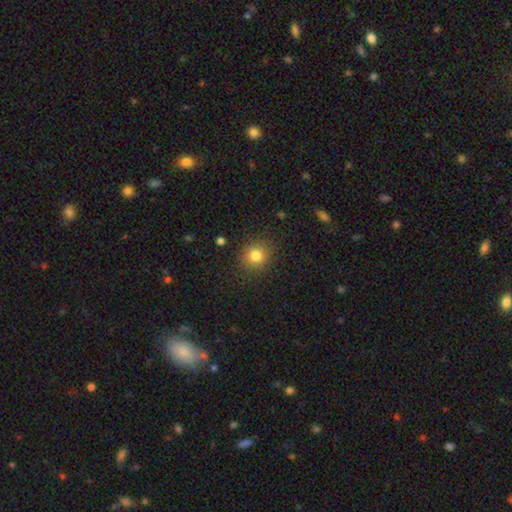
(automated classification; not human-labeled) Overall: smooth (82%). How rounded: round (81%). Merging: none (87%).